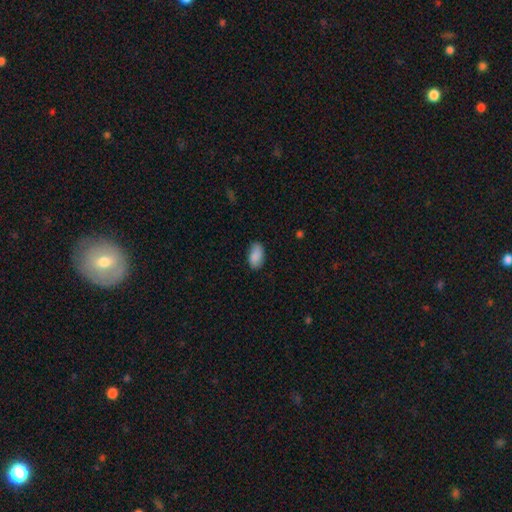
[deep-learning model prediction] smooth_or_featured: smooth (p=0.88) [alt: star or artifact p=0.07]
how_rounded: in between (p=0.94) [alt: round p=0.03]
merging: none (p=0.84) [alt: minor disturbance p=0.13]